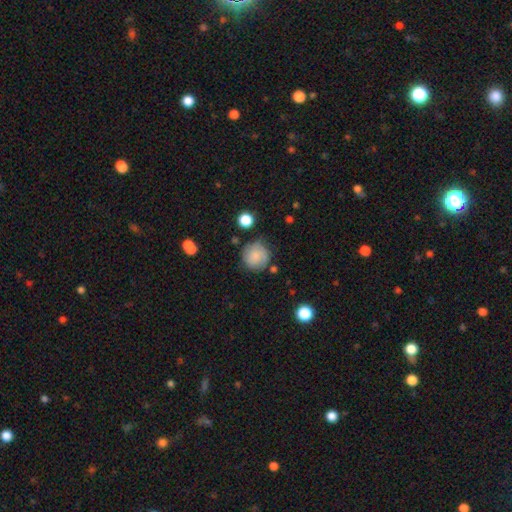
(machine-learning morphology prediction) Q: Smooth or featured?
A: smooth (73%); runner-up: featured or disk (18%)
Q: How rounded?
A: round (90%); runner-up: in between (9%)
Q: Merging?
A: none (70%); runner-up: minor disturbance (20%)